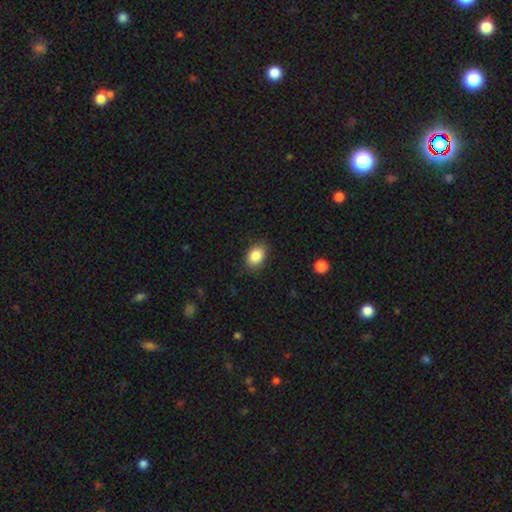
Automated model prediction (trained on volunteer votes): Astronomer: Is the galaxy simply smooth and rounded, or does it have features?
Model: smooth — 86%.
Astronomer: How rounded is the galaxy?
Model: in between — 72%.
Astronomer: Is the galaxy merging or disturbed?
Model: none — 83%.